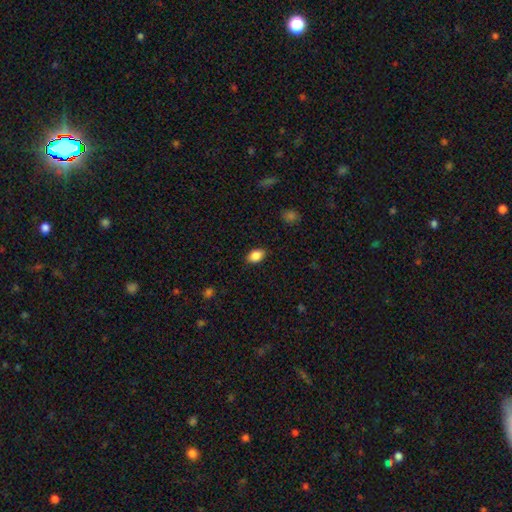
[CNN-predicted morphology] The model was most divided on "how rounded": in between: 85%, round: 13%, cigar-shaped: 1%. More confident: smooth or featured — smooth (87%); merging — none (86%).